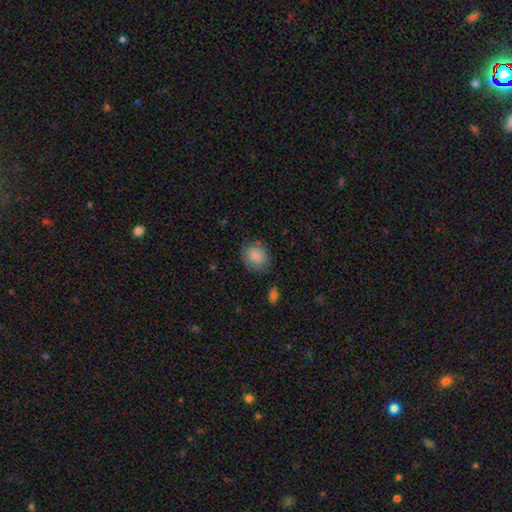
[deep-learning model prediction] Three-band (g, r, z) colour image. It shows a smooth galaxy with no disk features (84%) that is round (62%). Merging: none (77%).